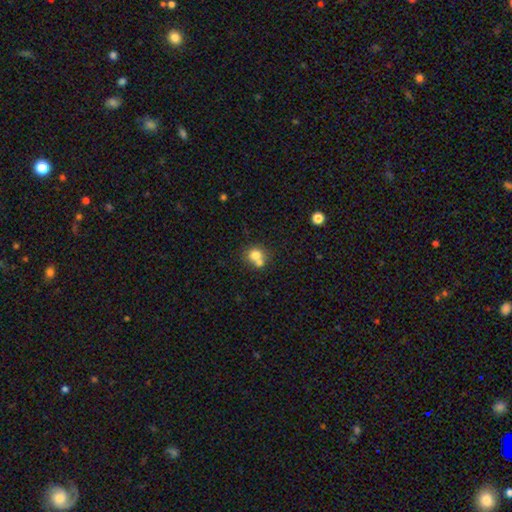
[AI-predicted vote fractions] smooth_or_featured: smooth (p=0.74) [alt: featured or disk p=0.14]
how_rounded: round (p=0.82) [alt: in between p=0.17]
merging: none (p=0.45) [tied with: merger p=0.45]